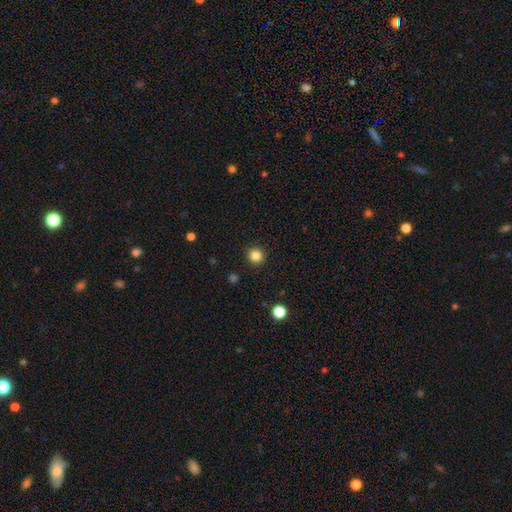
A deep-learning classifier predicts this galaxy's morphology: Overall: smooth (84%). How rounded: round (94%). Merging: none (92%).